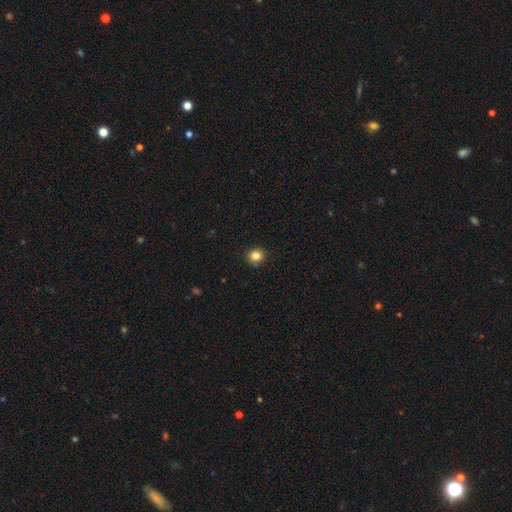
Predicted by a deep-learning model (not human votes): A smooth galaxy with no disk features (83%) that is round (78%). Merging: none (86%).